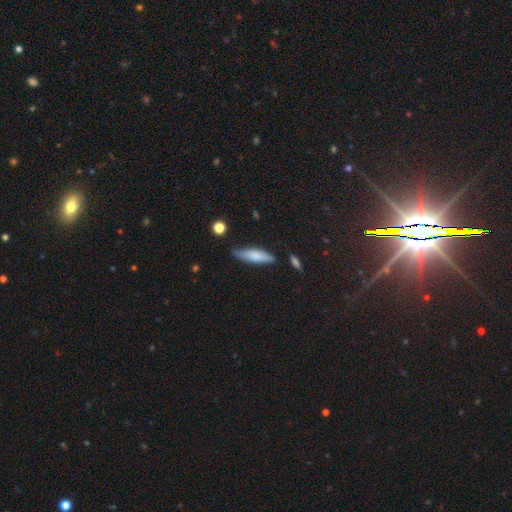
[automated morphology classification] Smooth or featured?
  - smooth: 73% *
  - featured or disk: 20%
  - star or artifact: 7%
How rounded?
  - cigar-shaped: 55% *
  - in between: 43%
  - round: 2%
Merging?
  - none: 71% *
  - minor disturbance: 21%
  - major disturbance: 4%
  - merger: 4%